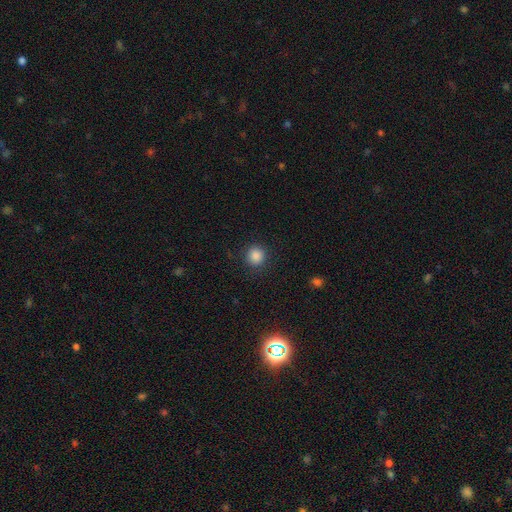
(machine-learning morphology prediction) Smooth or featured? smooth (86%)
How rounded? round (91%)
Merging? none (89%)